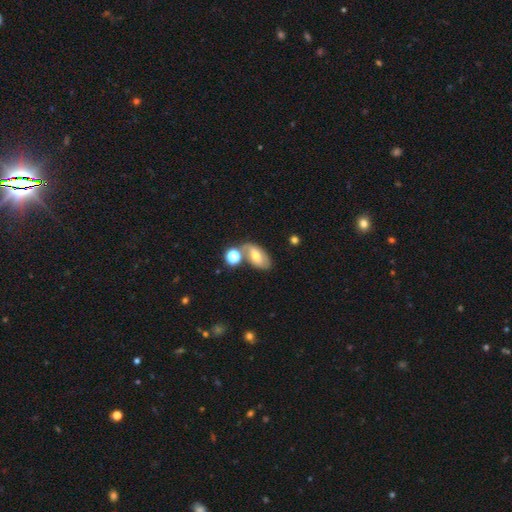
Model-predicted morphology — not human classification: Smooth or featured: smooth — 57% (featured or disk — 32%)
How rounded: in between — 87% (round — 9%)
Merging: none — 53% (merger — 21%)